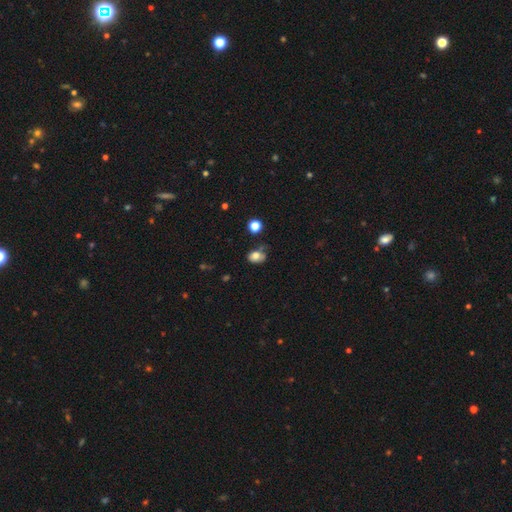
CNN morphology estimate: Q: Smooth or featured?
A: smooth (76%); runner-up: featured or disk (12%)
Q: How rounded?
A: in between (67%); runner-up: round (32%)
Q: Merging?
A: none (50%); runner-up: minor disturbance (29%)